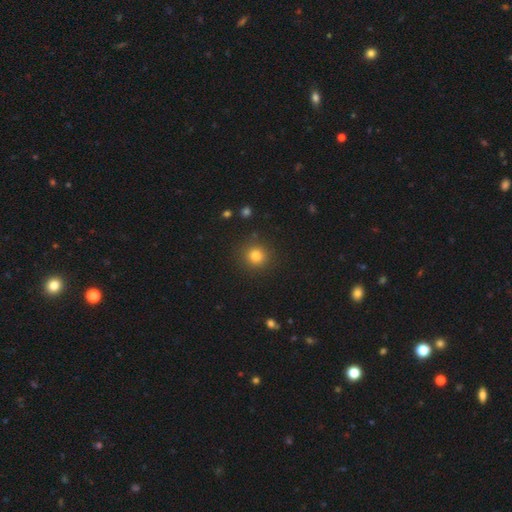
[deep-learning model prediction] The model was most divided on "smooth or featured": smooth: 81%, star or artifact: 13%, featured or disk: 6%. More confident: how rounded — round (92%); merging — none (89%).